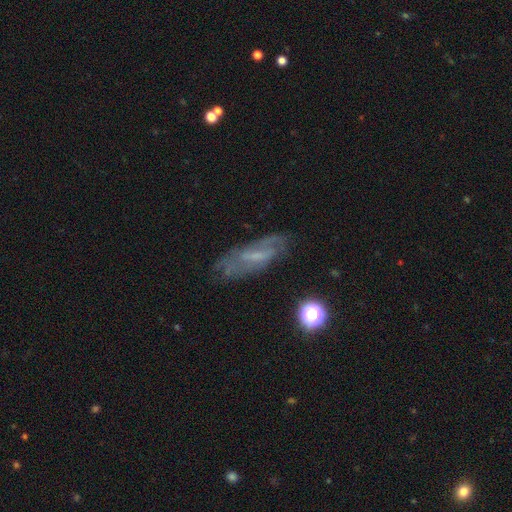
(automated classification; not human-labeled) featured or disk 60%, smooth 29%, star or artifact 12%. Down the decision tree: edge-on disk — no (80%); merging — none (66%).